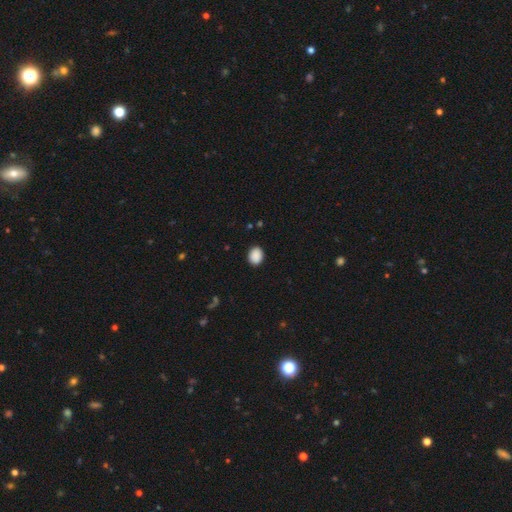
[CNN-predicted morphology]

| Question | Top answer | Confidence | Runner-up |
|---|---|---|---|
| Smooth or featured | smooth | 90% | star or artifact (8%) |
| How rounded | in between | 51% | round (48%) |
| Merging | none | 89% | minor disturbance (8%) |